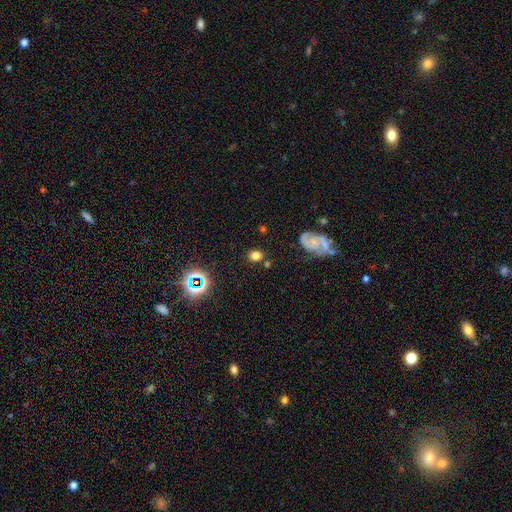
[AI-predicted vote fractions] This is likely a smooth galaxy (66%). How rounded: likely round (62%). Merging: likely none (78%).